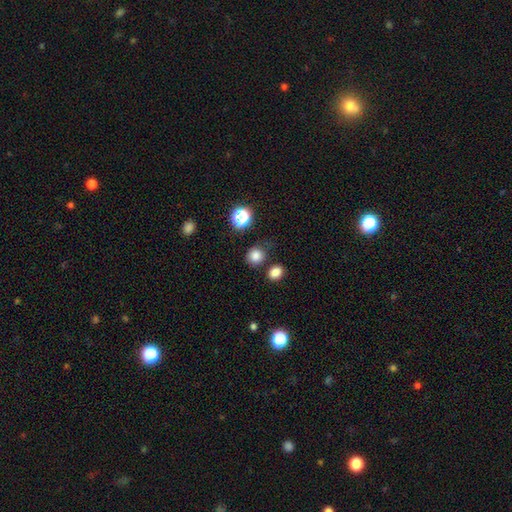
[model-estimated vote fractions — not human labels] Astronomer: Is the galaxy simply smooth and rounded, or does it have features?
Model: smooth — 80%.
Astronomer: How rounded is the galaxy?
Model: round — 79%.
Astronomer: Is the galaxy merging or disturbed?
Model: none — 76%.